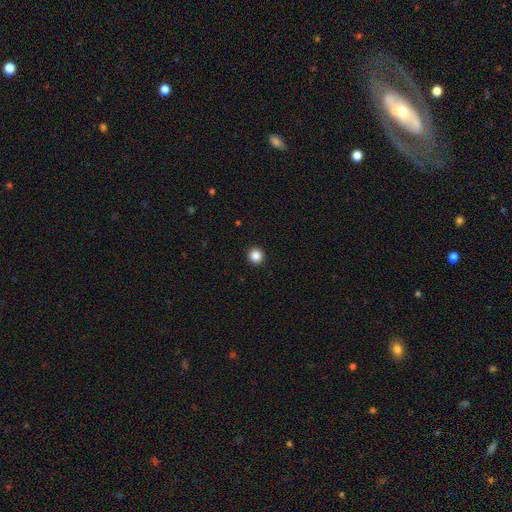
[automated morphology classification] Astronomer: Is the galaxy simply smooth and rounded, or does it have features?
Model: smooth — 87%.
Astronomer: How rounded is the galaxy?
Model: round — 94%.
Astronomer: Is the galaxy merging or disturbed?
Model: none — 93%.